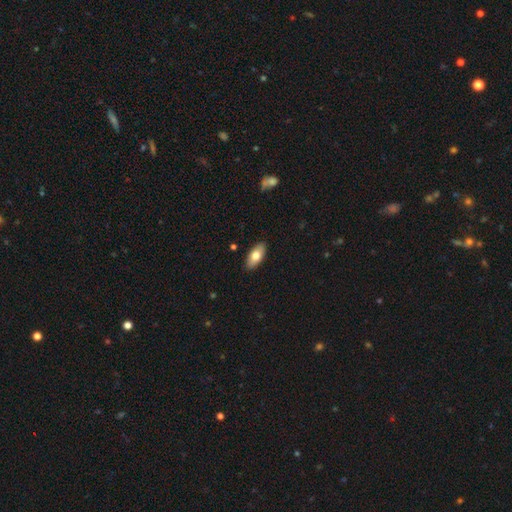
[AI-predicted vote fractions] This is likely a smooth galaxy (75%). How rounded: clearly in between (88%). Merging: clearly none (89%).